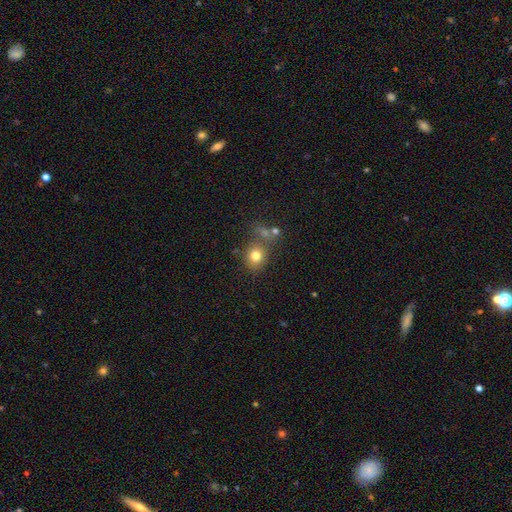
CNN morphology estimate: smooth-or-featured: smooth: 78% | star or artifact: 13% | featured or disk: 10%
  how-rounded: round: 73% | in between: 26% | cigar-shaped: 1%
  merging: none: 63% | merger: 17% | minor disturbance: 14% | major disturbance: 6%